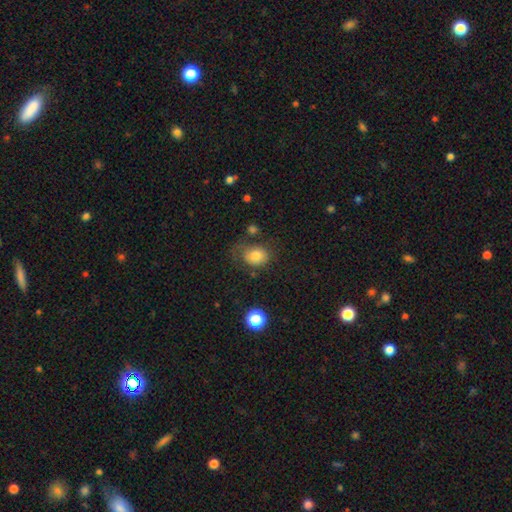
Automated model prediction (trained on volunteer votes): Overall: smooth (79%). How rounded: in between (50%; round 49%). Merging: none (52%; minor disturbance 26%).